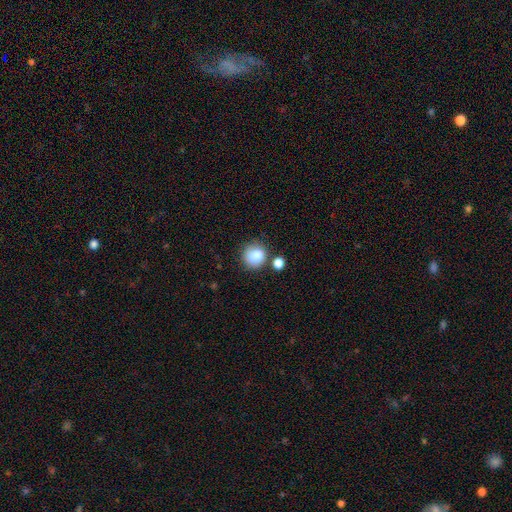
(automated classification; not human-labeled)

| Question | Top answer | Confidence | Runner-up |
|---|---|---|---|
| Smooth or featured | smooth | 85% | star or artifact (9%) |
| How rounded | round | 84% | in between (15%) |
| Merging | none | 68% | minor disturbance (15%) |